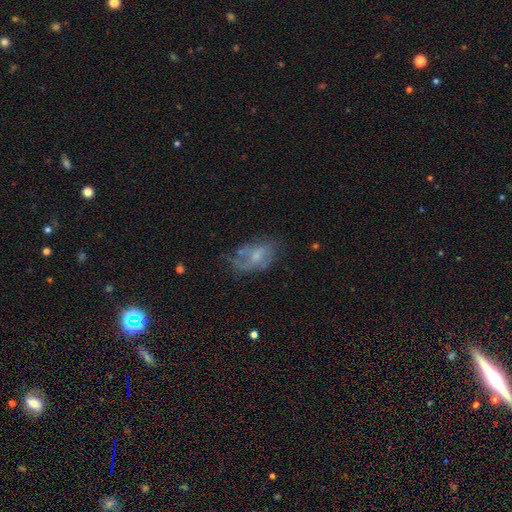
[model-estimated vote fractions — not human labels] Q: Smooth or featured?
A: featured or disk (55%); runner-up: smooth (36%)
Q: Edge-on disk?
A: no (96%); runner-up: yes (4%)
Q: Bar?
A: no (60%); runner-up: weak (34%)
Q: Spiral arms?
A: yes (61%); runner-up: no (39%)
Q: Bulge size?
A: small (46%); runner-up: moderate (37%)
Q: Merging?
A: none (45%); runner-up: minor disturbance (28%)